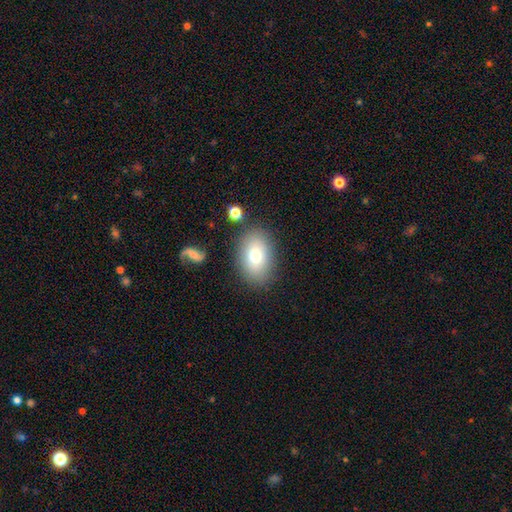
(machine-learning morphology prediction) type=smooth (75%); roundness=in between (83%); merging=none (82%).